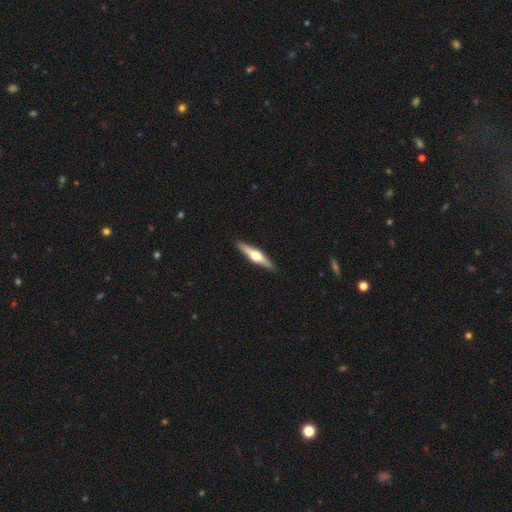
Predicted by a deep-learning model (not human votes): featured or disk 70%, smooth 25%, star or artifact 5%. Down the decision tree: edge-on disk — yes (98%); edge-on bulge — rounded (94%); merging — none (91%).